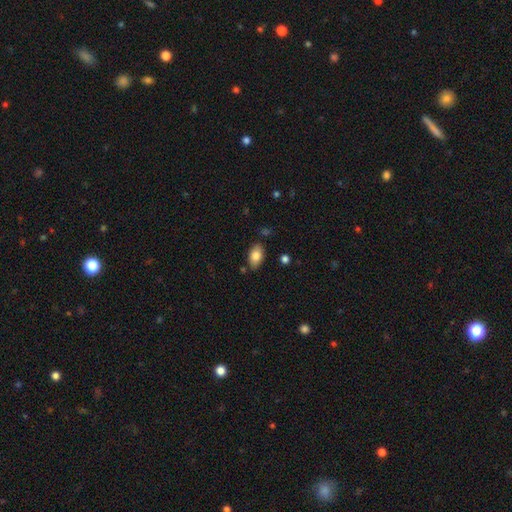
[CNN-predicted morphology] Smooth or featured?
  - smooth: 82% *
  - featured or disk: 10%
  - star or artifact: 7%
How rounded?
  - in between: 92% *
  - round: 6%
  - cigar-shaped: 2%
Merging?
  - none: 81% *
  - minor disturbance: 13%
  - merger: 3%
  - major disturbance: 3%